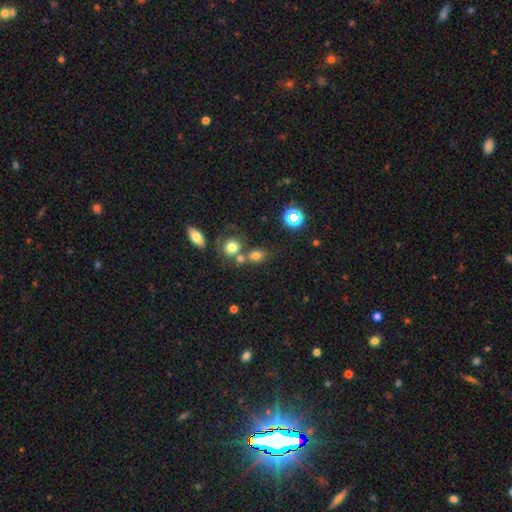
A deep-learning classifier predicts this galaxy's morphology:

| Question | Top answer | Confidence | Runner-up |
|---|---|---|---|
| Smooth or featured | smooth | 71% | star or artifact (17%) |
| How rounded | in between | 53% | round (45%) |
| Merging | none | 48% | merger (35%) |